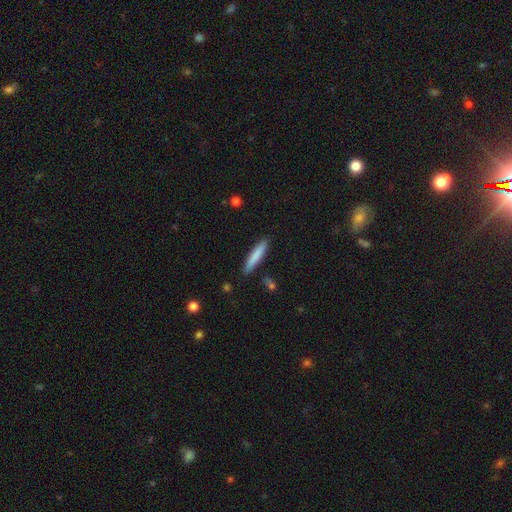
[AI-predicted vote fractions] Smooth or featured? Predicted: smooth (p=0.79). How rounded? Predicted: cigar-shaped (p=0.91). Merging? Predicted: none (p=0.88).